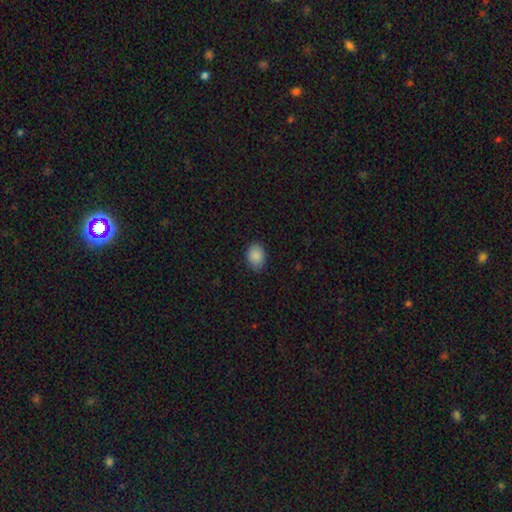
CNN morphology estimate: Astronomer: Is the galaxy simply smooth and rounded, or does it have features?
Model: smooth — 89%.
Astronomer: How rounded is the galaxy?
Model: in between — 64%.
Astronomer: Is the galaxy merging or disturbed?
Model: none — 84%.